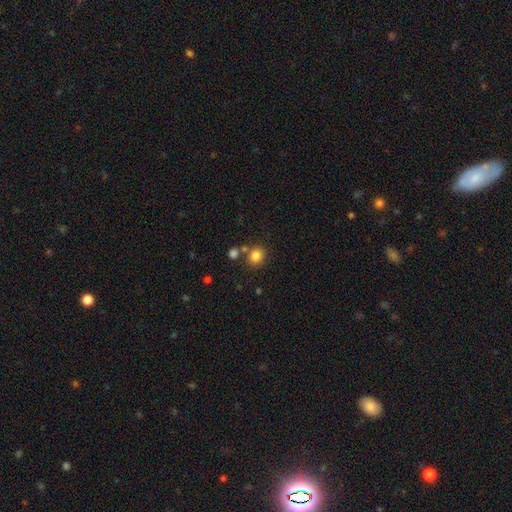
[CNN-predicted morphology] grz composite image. It shows a smooth galaxy with no disk features (82%) that is round (80%). Merging: none (71%).